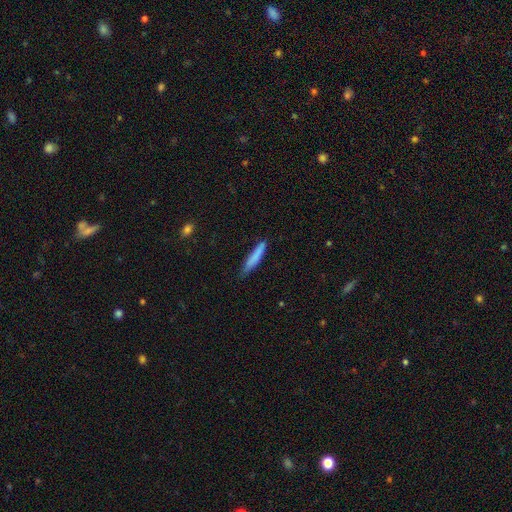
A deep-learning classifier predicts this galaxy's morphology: smooth_or_featured: smooth (p=0.80) [alt: featured or disk p=0.14]
how_rounded: cigar-shaped (p=0.92) [alt: in between p=0.07]
merging: none (p=0.79) [alt: minor disturbance p=0.17]